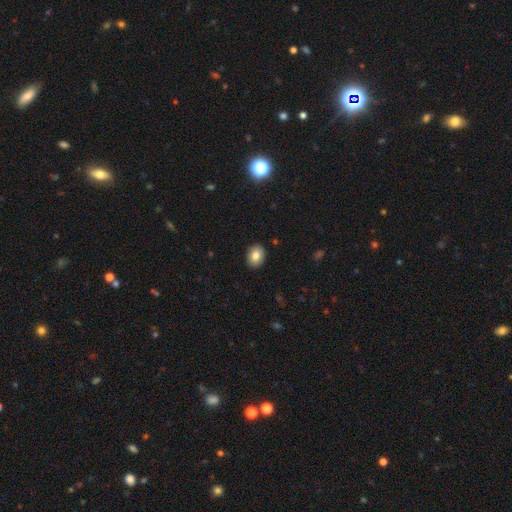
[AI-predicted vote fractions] Smooth or featured? smooth (81%)
How rounded? in between (59%)
Merging? none (90%)